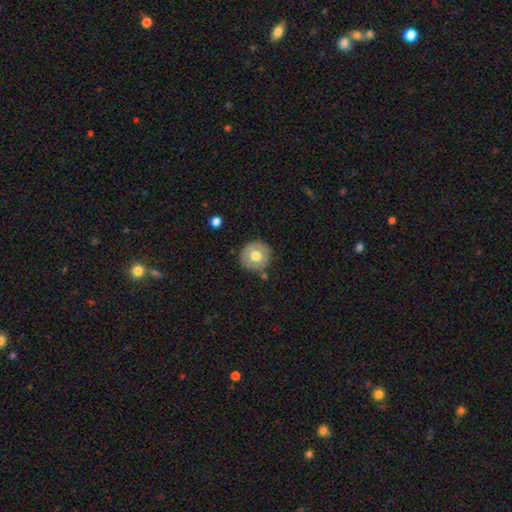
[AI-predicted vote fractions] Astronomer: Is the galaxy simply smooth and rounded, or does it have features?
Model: smooth — 62%.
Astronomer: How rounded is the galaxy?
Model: round — 92%.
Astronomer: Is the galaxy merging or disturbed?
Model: none — 81%.